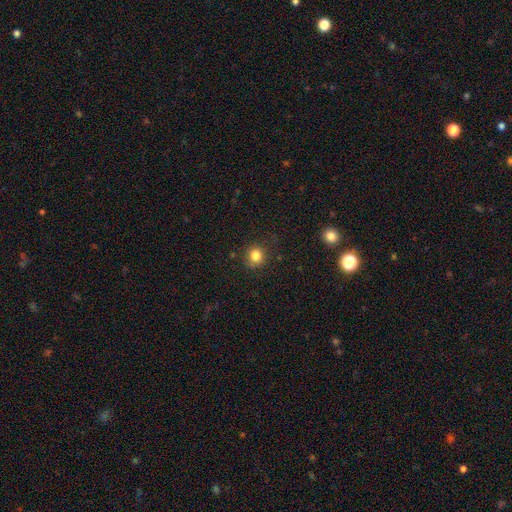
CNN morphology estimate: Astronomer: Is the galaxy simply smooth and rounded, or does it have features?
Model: smooth — 83%.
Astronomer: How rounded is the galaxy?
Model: round — 89%.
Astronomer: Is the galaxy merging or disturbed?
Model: none — 83%.